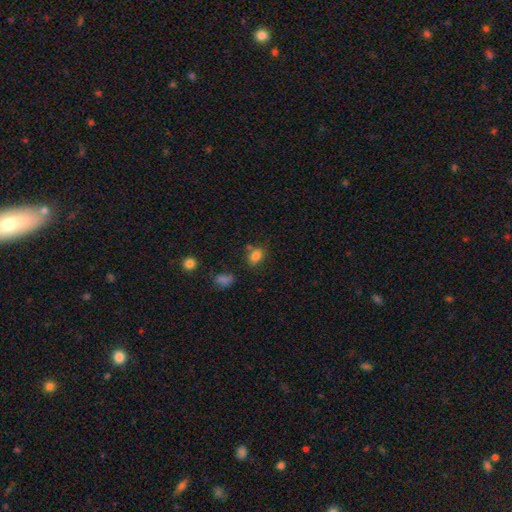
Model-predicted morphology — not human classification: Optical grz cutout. It shows a smooth galaxy with no disk features (81%) that is in between round and cigar-shaped (67%). Merging: none (68%).